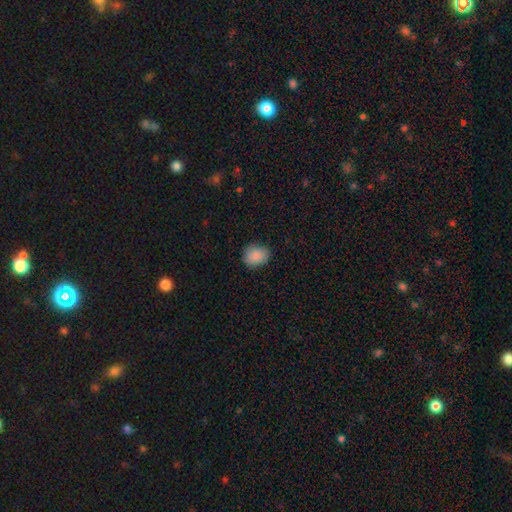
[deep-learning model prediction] A smooth galaxy with no disk features (88%) that is round (50%). Merging: none (83%).